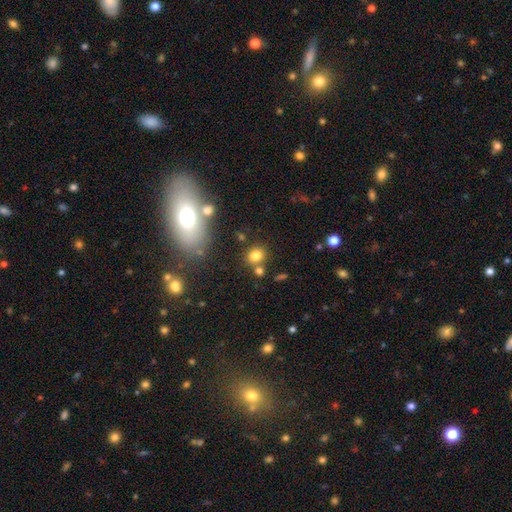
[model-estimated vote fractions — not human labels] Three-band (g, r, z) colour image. It shows a smooth galaxy with no disk features (78%) that is round (71%). Merging: none (70%).